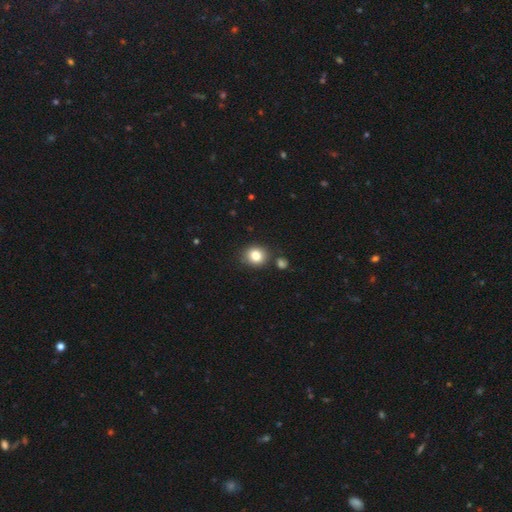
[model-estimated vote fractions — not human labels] Smooth or featured? Predicted: smooth (p=0.83). How rounded? Predicted: round (p=0.71). Merging? Predicted: none (p=0.81).